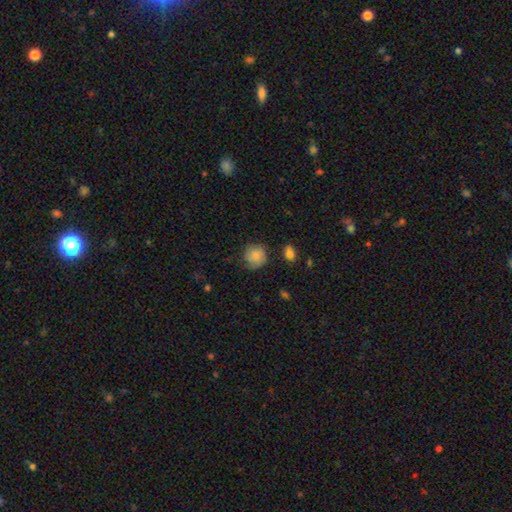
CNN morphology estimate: A smooth galaxy with no disk features (81%) that is round (90%). Merging: none (75%).